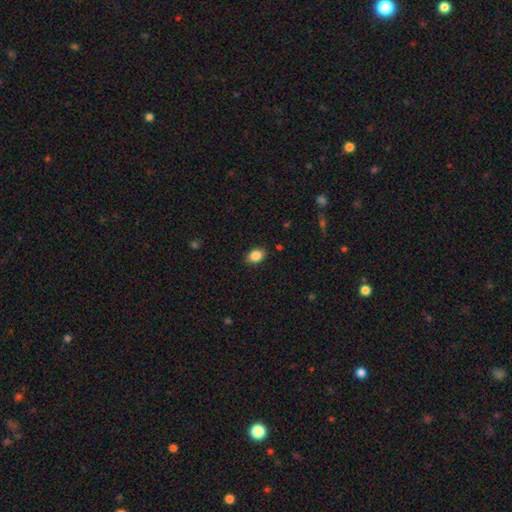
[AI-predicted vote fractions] Morphology: type=smooth (87%); roundness=in between (79%); merging=none (88%).